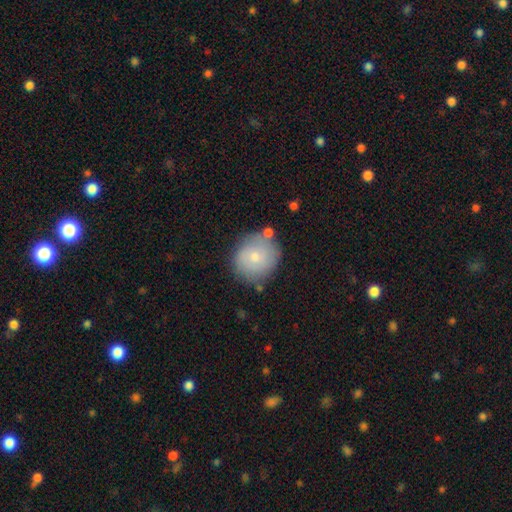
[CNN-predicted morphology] Smooth or featured? Predicted: smooth (p=0.71). How rounded? Predicted: round (p=0.83). Merging? Predicted: none (p=0.74).